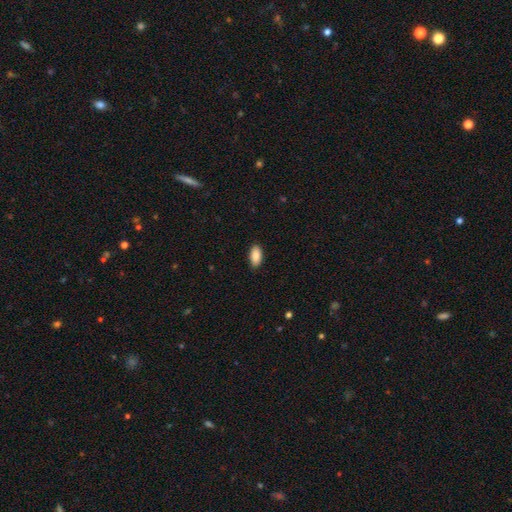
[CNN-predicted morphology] This appears to be a smooth galaxy with no disk features (89%) that is in between round and cigar-shaped (92%). Merging: none (89%).